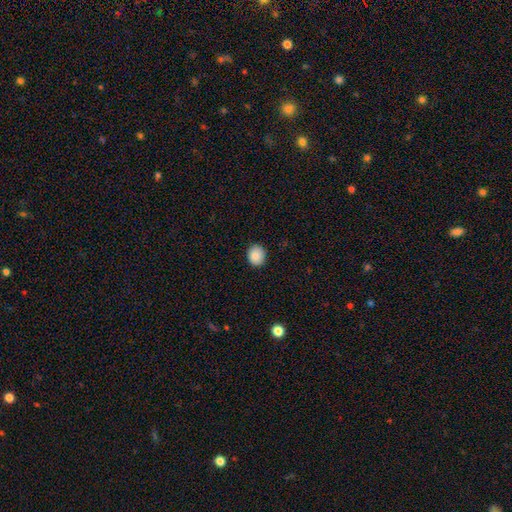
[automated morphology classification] Smooth or featured? smooth (88%)
How rounded? round (72%)
Merging? none (89%)